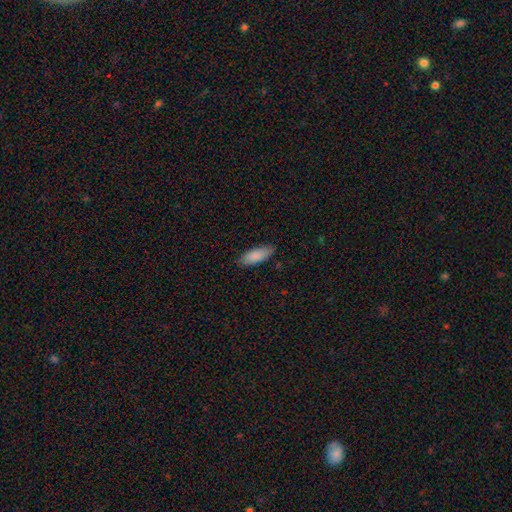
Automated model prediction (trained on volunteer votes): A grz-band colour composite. It shows a smooth galaxy with no disk features (88%) that is in between round and cigar-shaped (71%). Merging: none (84%).